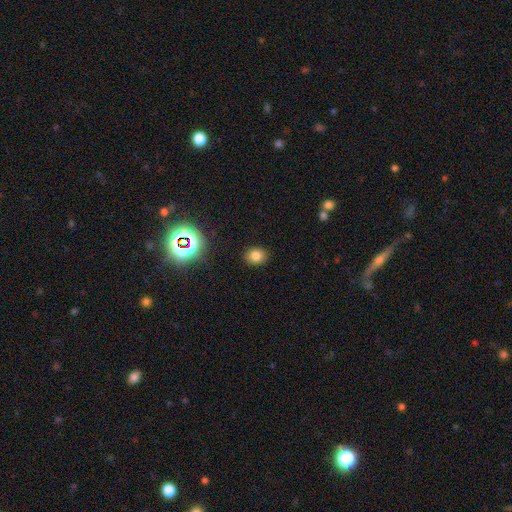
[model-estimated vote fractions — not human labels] Morphology: type=smooth (78%); roundness=round (54%); merging=none (89%).